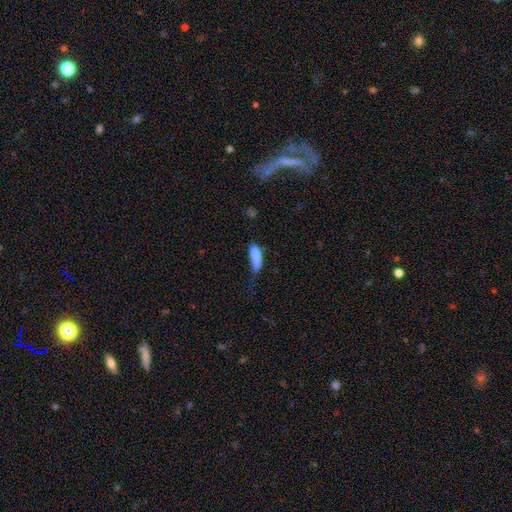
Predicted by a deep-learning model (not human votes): smooth 81%, featured or disk 11%, star or artifact 8%. Down the decision tree: how rounded — in between (59%); merging — minor disturbance (37%).